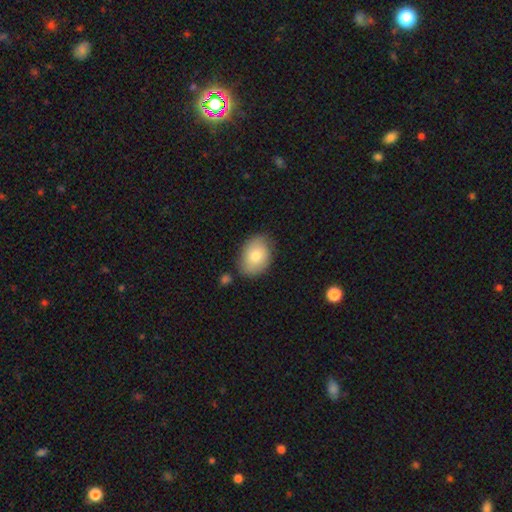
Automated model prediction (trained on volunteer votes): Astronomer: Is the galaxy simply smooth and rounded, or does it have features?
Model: smooth — 80%.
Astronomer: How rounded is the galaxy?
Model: in between — 77%.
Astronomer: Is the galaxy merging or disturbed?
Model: none — 77%.